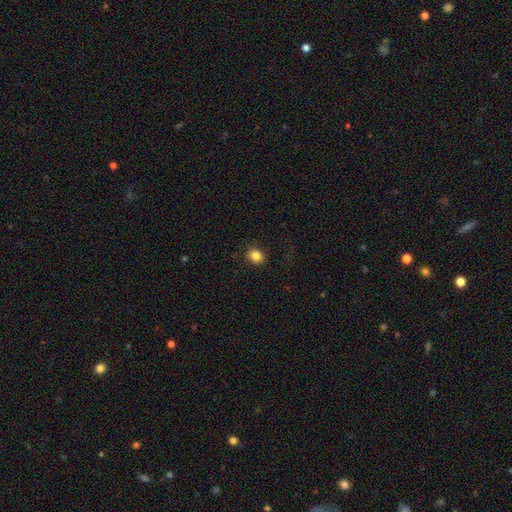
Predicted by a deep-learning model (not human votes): A smooth galaxy with no disk features (84%) that is round (62%).

Vote fractions:
- Smooth or featured? smooth: 84% / star or artifact: 11% / featured or disk: 5%
- How rounded? round: 62% / in between: 37% / cigar-shaped: 1%
- Merging? none: 89% / minor disturbance: 8% / major disturbance: 2% / merger: 1%